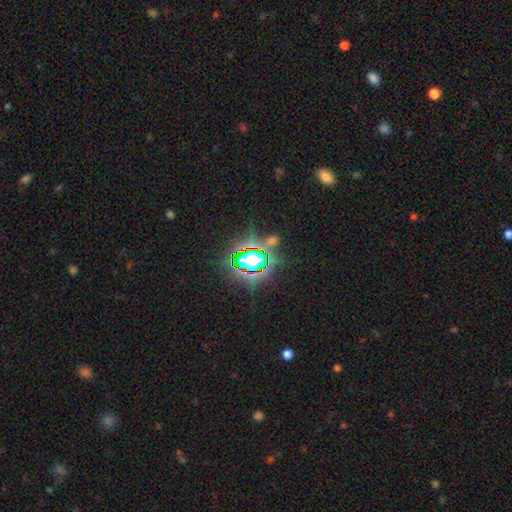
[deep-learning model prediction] smooth_or_featured: star or artifact (p=0.79) [alt: smooth p=0.13]